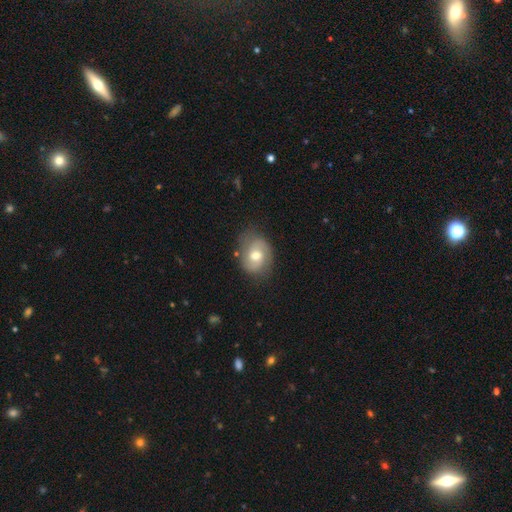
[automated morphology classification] Q: Smooth or featured?
A: featured or disk (53%); runner-up: smooth (39%)
Q: Edge-on disk?
A: no (96%); runner-up: yes (4%)
Q: Bar?
A: no (58%); runner-up: weak (35%)
Q: Spiral arms?
A: yes (80%); runner-up: no (20%)
Q: Bulge size?
A: moderate (75%); runner-up: small (13%)
Q: Merging?
A: none (70%); runner-up: minor disturbance (21%)